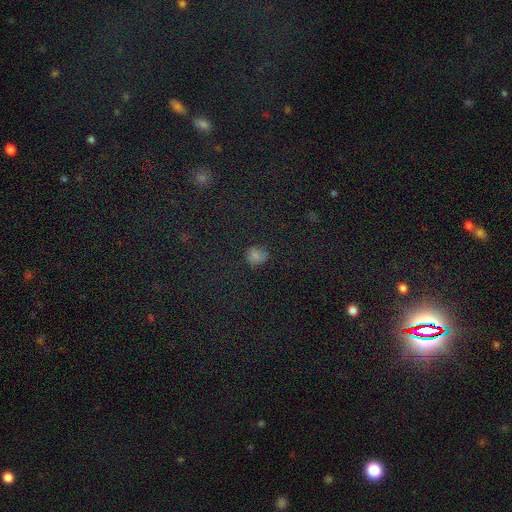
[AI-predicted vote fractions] smooth 63%, star or artifact 27%, featured or disk 10%. Down the decision tree: how rounded — round (73%); merging — none (72%).